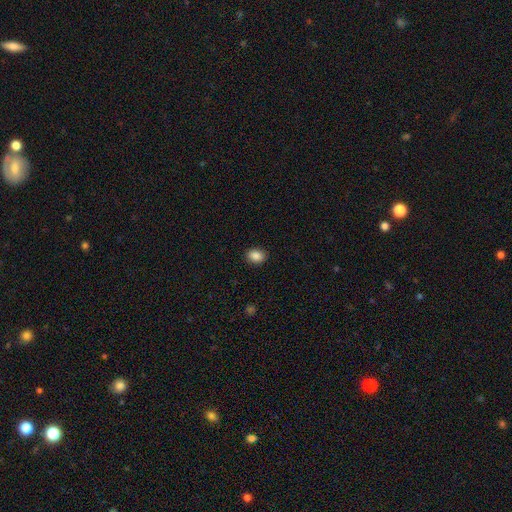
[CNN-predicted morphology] Overall: smooth (88%). How rounded: in between (63%; round 36%). Merging: none (90%).